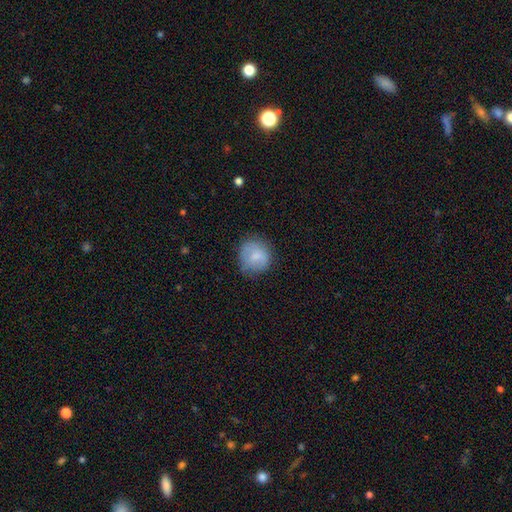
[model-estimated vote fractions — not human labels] A smooth galaxy with no disk features (74%) that is round (85%).

Vote fractions:
- Smooth or featured? smooth: 74% / featured or disk: 18% / star or artifact: 7%
- How rounded? round: 85% / in between: 14% / cigar-shaped: 1%
- Merging? none: 68% / minor disturbance: 24% / major disturbance: 7% / merger: 1%